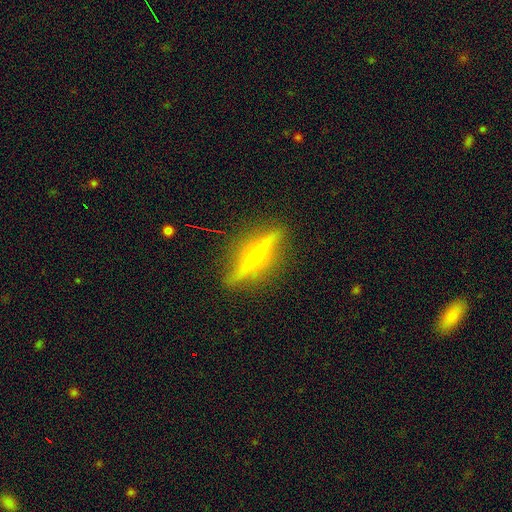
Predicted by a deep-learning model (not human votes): Overall: featured or disk (81%). Edge-on disk: yes (94%). Edge-on bulge: rounded (94%). Merging: none (88%).